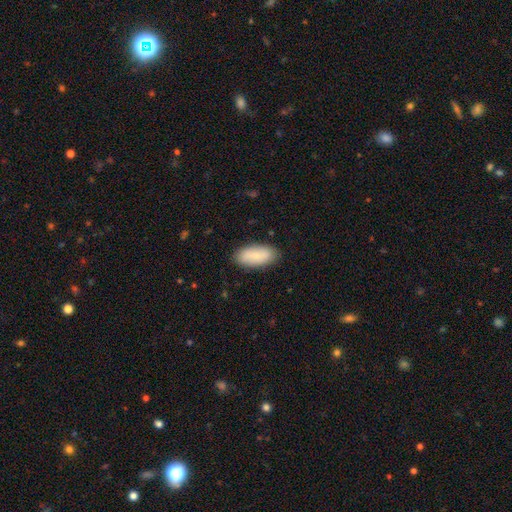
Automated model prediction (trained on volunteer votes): A smooth galaxy with no disk features (81%) that is in between round and cigar-shaped (90%).

Vote fractions:
- Smooth or featured? smooth: 81% / featured or disk: 13% / star or artifact: 6%
- How rounded? in between: 90% / cigar-shaped: 8% / round: 2%
- Merging? none: 85% / minor disturbance: 11% / major disturbance: 2% / merger: 1%